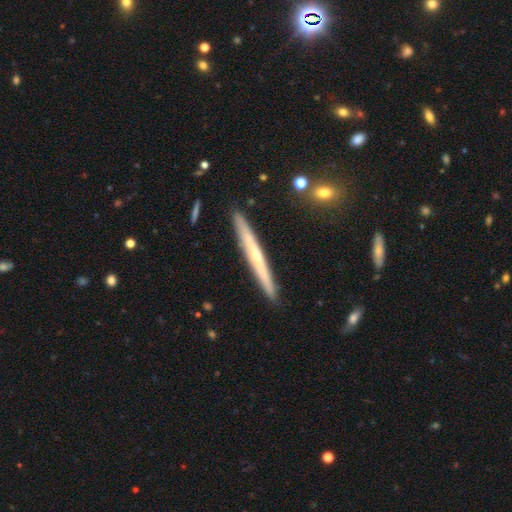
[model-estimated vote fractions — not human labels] Smooth or featured? featured or disk (66%)
Edge-on disk? yes (97%)
Edge-on bulge? rounded (57%)
Merging? none (91%)